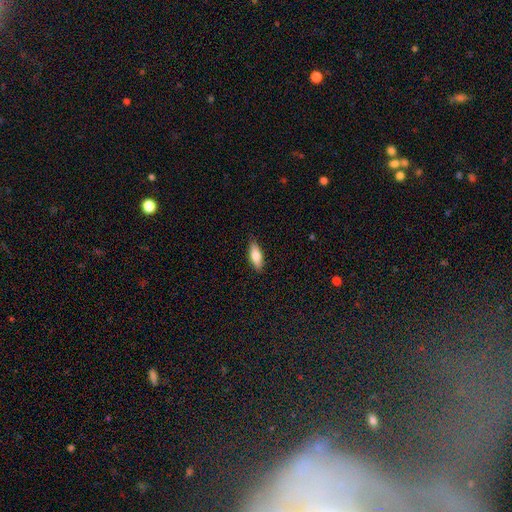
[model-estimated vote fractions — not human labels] Morphology: type=smooth (80%); roundness=in between (71%); merging=none (85%).